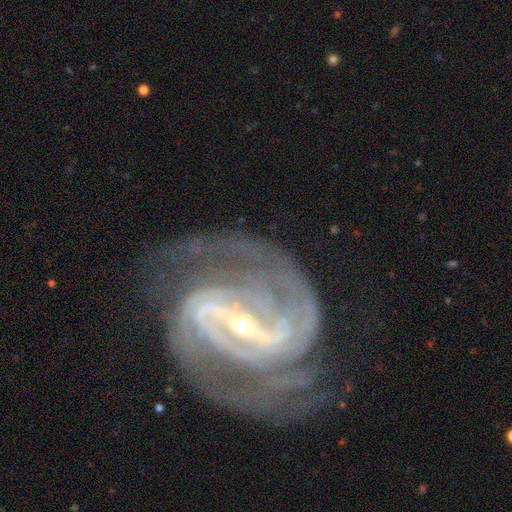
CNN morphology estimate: This is clearly a featured or disk galaxy (92%). It is clearly not viewed edge-on (97%). Bar: likely strong (73%). Spiral arm pattern: clearly yes (98%). Spiral arm count: possibly 2 (58%). Spiral winding: possibly medium (46%). Central bulge: clearly small (81%). Merging: likely none (62%).